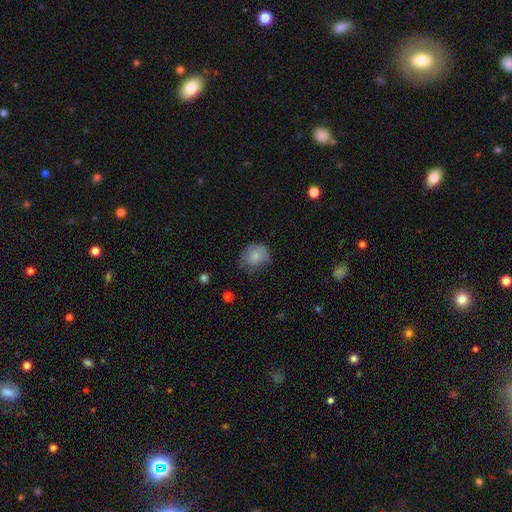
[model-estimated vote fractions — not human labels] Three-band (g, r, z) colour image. It shows a smooth galaxy with no disk features (81%) that is round (58%). Merging: none (54%).